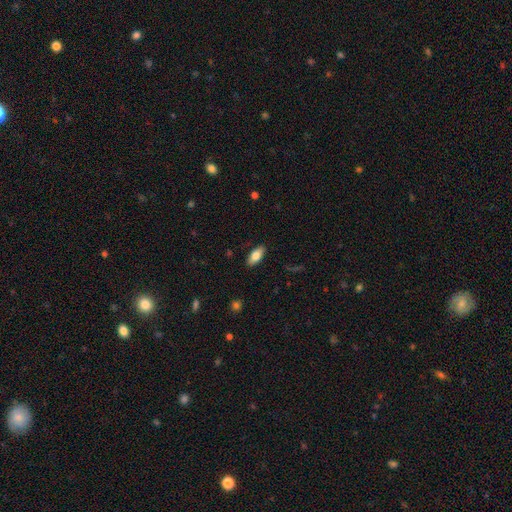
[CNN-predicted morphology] Smooth or featured? smooth (77%)
How rounded? in between (86%)
Merging? none (88%)